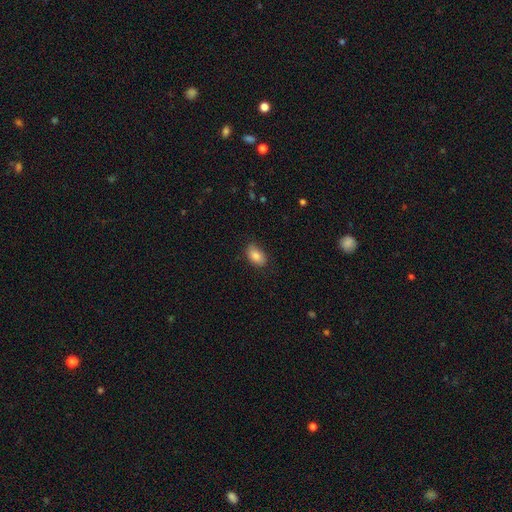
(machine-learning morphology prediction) Smooth or featured? smooth (86%)
How rounded? in between (89%)
Merging? none (78%)